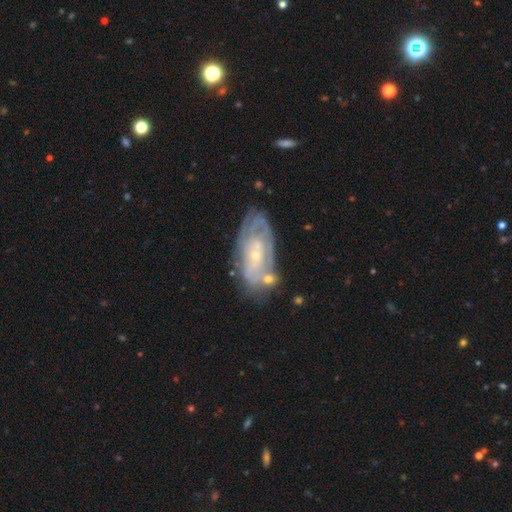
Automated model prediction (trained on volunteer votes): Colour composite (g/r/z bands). It shows a featured or disk galaxy (76%) with no bar (71%), tight (66%) spiral arms (78%) and a small central bulge (73%). Merging: none (62%).